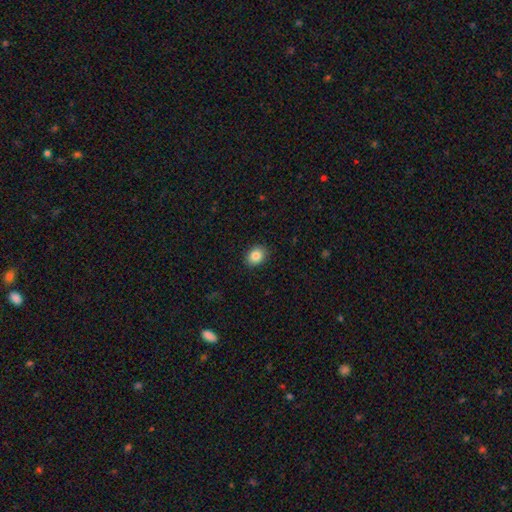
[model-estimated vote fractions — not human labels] Smooth or featured? Predicted: smooth (p=0.86). How rounded? Predicted: in between (p=0.55). Merging? Predicted: none (p=0.90).